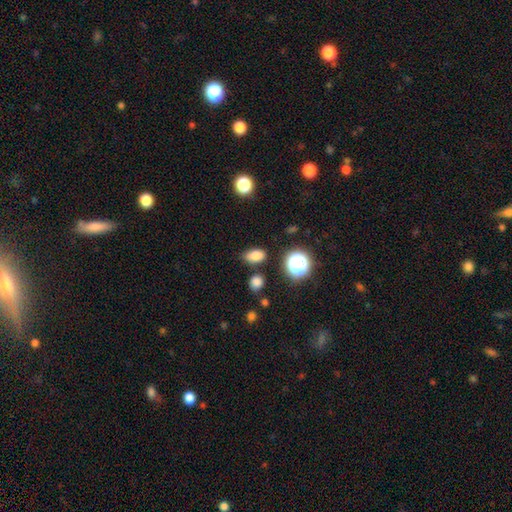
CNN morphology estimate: Smooth or featured? Predicted: smooth (p=0.82). How rounded? Predicted: in between (p=0.83). Merging? Predicted: none (p=0.78).